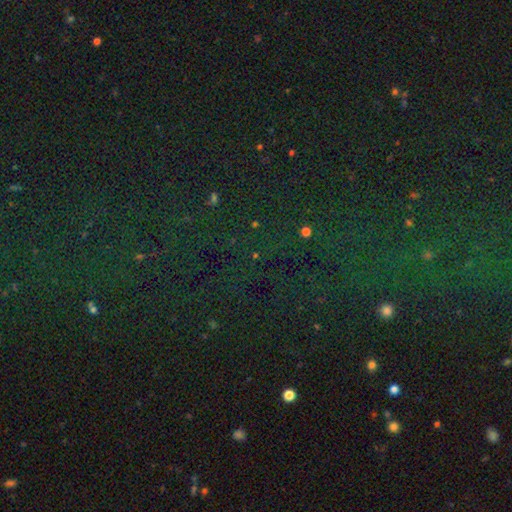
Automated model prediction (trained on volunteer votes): Smooth or featured? Predicted: star or artifact (p=0.76).